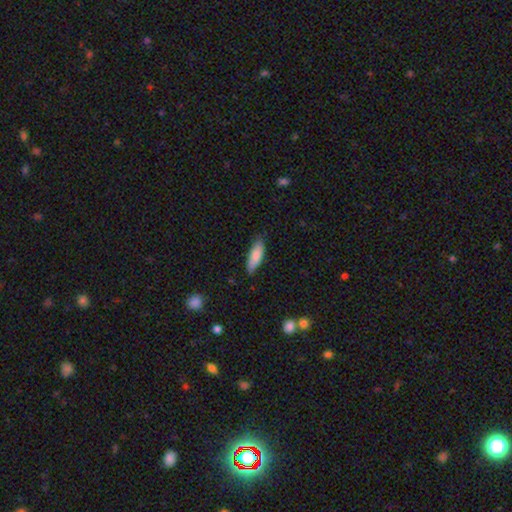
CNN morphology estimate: Smooth or featured: smooth — 84% (featured or disk — 11%)
How rounded: in between — 54% (cigar-shaped — 45%)
Merging: none — 79% (minor disturbance — 17%)